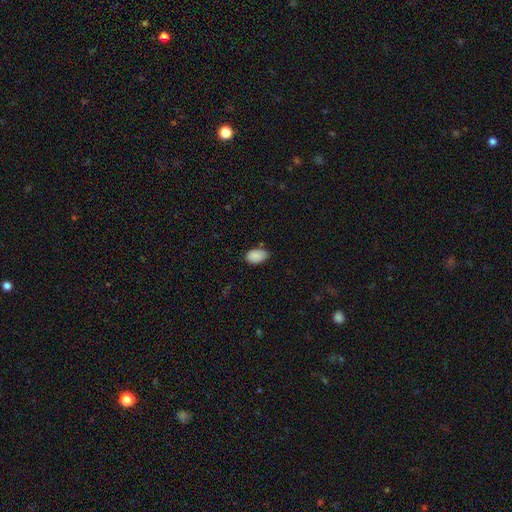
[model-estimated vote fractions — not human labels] Overall: smooth (89%). How rounded: in between (91%). Merging: none (69%).